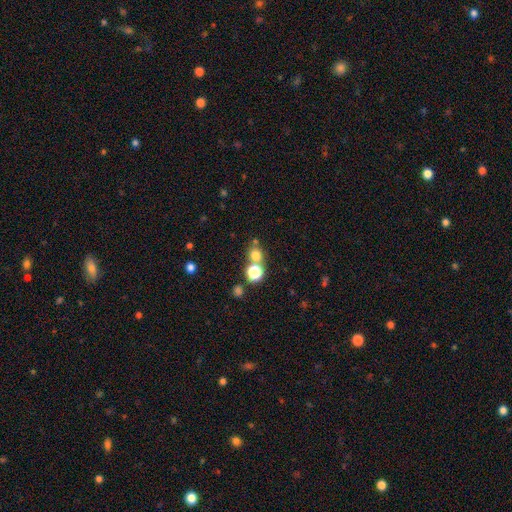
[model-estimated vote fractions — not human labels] This appears to be a smooth galaxy with no disk features (71%) that is round (84%). Merging: none (62%).